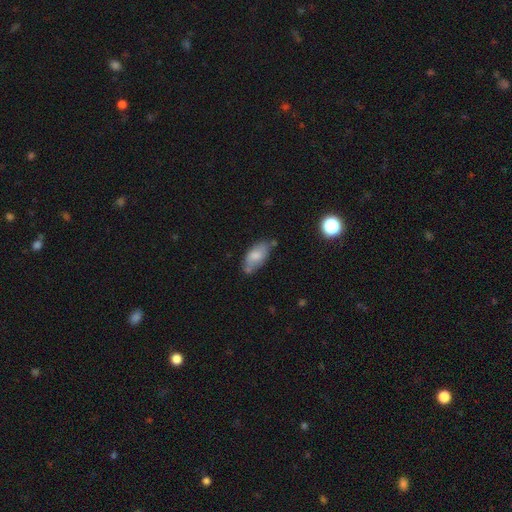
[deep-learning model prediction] Smooth or featured? Predicted: smooth (p=0.71). How rounded? Predicted: in between (p=0.91). Merging? Predicted: none (p=0.58).